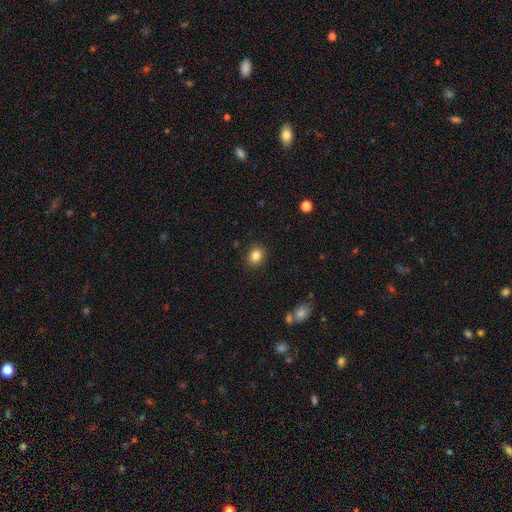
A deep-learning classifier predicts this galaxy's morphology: Q: Smooth or featured?
A: smooth (85%); runner-up: star or artifact (10%)
Q: How rounded?
A: round (64%); runner-up: in between (35%)
Q: Merging?
A: none (89%); runner-up: minor disturbance (7%)